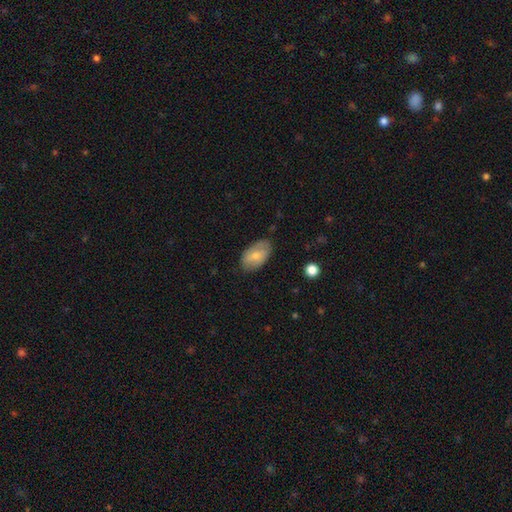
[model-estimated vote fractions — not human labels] A smooth galaxy with no disk features (72%) that is in between round and cigar-shaped (93%).

Vote fractions:
- Smooth or featured? smooth: 72% / featured or disk: 22% / star or artifact: 6%
- How rounded? in between: 93% / round: 5% / cigar-shaped: 1%
- Merging? none: 74% / minor disturbance: 21% / major disturbance: 4% / merger: 1%